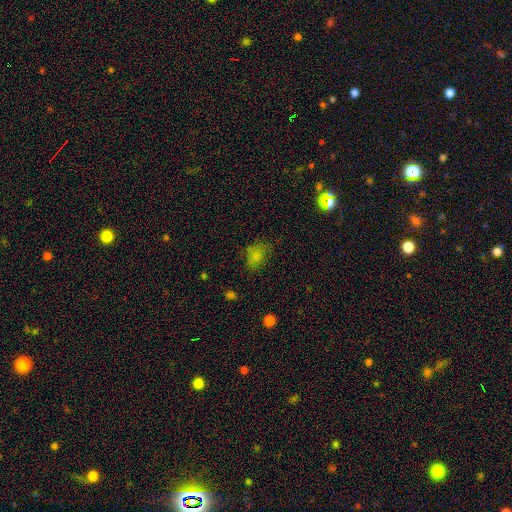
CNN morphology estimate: type=smooth (74%); roundness=in between (73%); merging=none (56%).